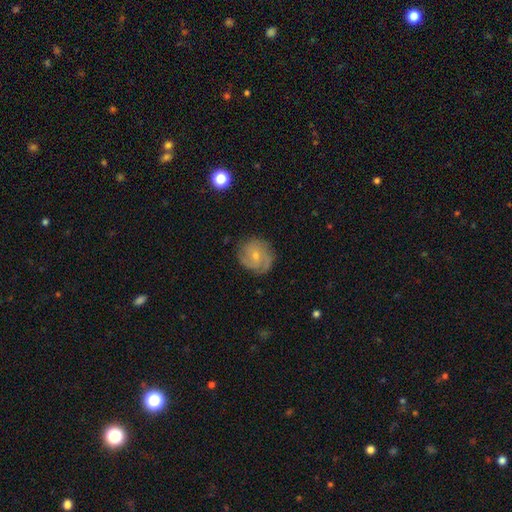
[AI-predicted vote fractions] The model was most divided on "spiral arm count": 3: 29%, 2: 27%, can't tell: 26%, 4: 7%, 1: 6%, more than 4: 4%. More confident: edge-on disk — no (98%); spiral arms — yes (90%); merging — none (76%); bar — no (69%); smooth or featured — featured or disk (66%); bulge size — small (53%); spiral winding — tight (51%).